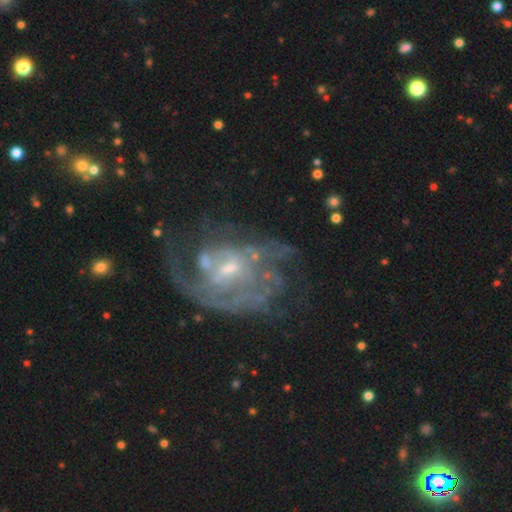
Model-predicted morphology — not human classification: Q: Smooth or featured?
A: featured or disk (81%); runner-up: smooth (10%)
Q: Edge-on disk?
A: no (97%); runner-up: yes (3%)
Q: Bar?
A: no (50%); runner-up: weak (41%)
Q: Spiral arms?
A: yes (75%); runner-up: no (25%)
Q: Spiral winding?
A: medium (39%); runner-up: tight (32%)
Q: Spiral arm count?
A: can't tell (41%); runner-up: 2 (26%)
Q: Bulge size?
A: small (55%); runner-up: moderate (33%)
Q: Merging?
A: none (40%); runner-up: major disturbance (34%)